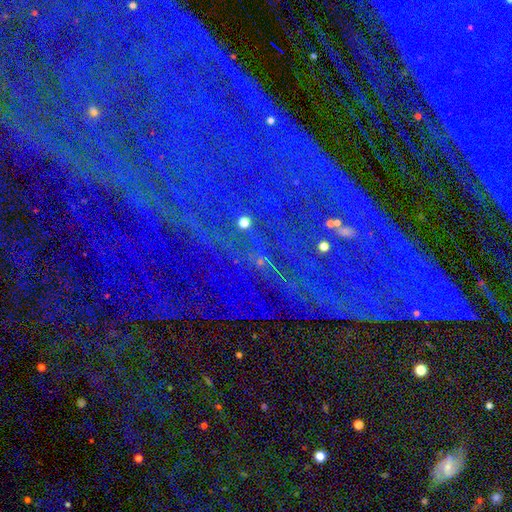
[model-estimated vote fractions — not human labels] A star or artifact, not a galaxy (87%).